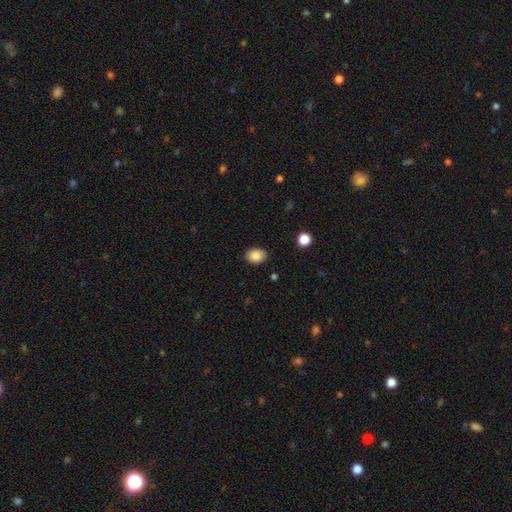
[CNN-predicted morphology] Smooth or featured?
  - smooth: 88% *
  - star or artifact: 9%
  - featured or disk: 4%
How rounded?
  - in between: 58% *
  - round: 42%
  - cigar-shaped: 1%
Merging?
  - none: 87% *
  - minor disturbance: 10%
  - major disturbance: 2%
  - merger: 1%